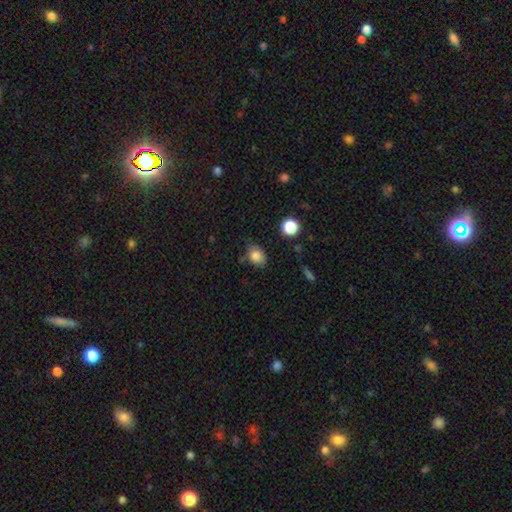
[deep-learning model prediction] Q: Smooth or featured?
A: smooth (82%); runner-up: star or artifact (10%)
Q: How rounded?
A: in between (67%); runner-up: round (32%)
Q: Merging?
A: none (63%); runner-up: minor disturbance (28%)